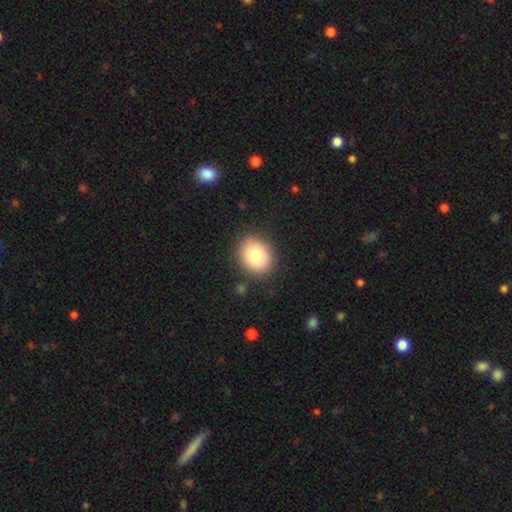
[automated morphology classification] smooth-or-featured: smooth: 80% | featured or disk: 11% | star or artifact: 9%
  how-rounded: round: 65% | in between: 35% | cigar-shaped: 1%
  merging: none: 87% | minor disturbance: 9% | major disturbance: 3% | merger: 2%